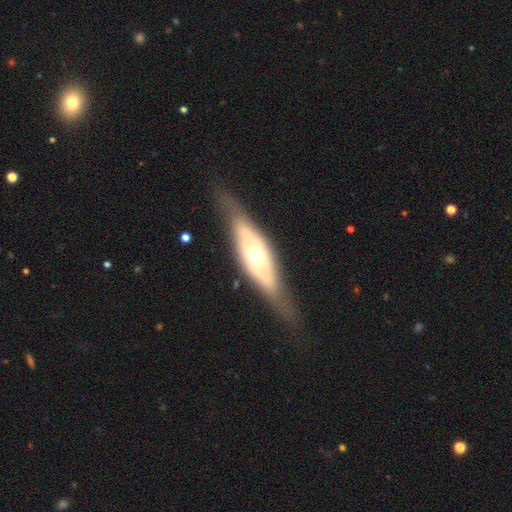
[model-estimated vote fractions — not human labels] Q: Smooth or featured?
A: featured or disk (69%); runner-up: smooth (25%)
Q: Edge-on disk?
A: no (57%); runner-up: yes (43%)
Q: Merging?
A: none (70%); runner-up: minor disturbance (18%)